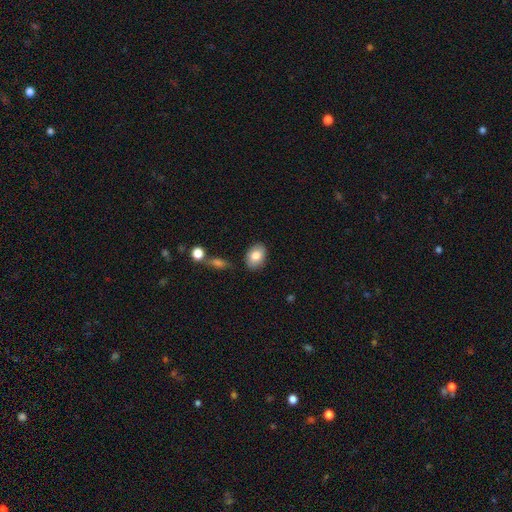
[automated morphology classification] This appears to be a smooth galaxy with no disk features (82%) that is in between round and cigar-shaped (82%). Merging: none (84%).